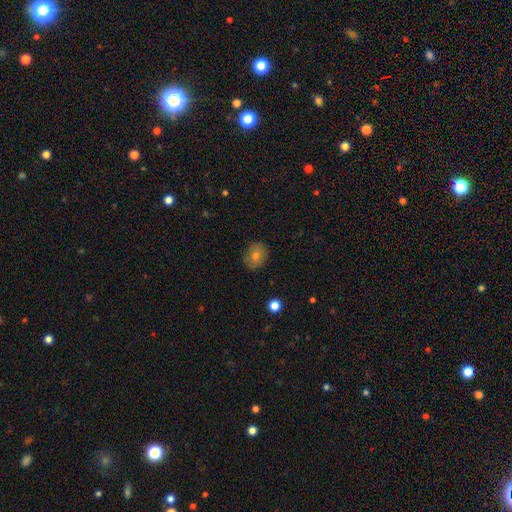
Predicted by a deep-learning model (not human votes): This is likely a smooth galaxy (67%). How rounded: possibly round (58%). Merging: clearly none (84%).